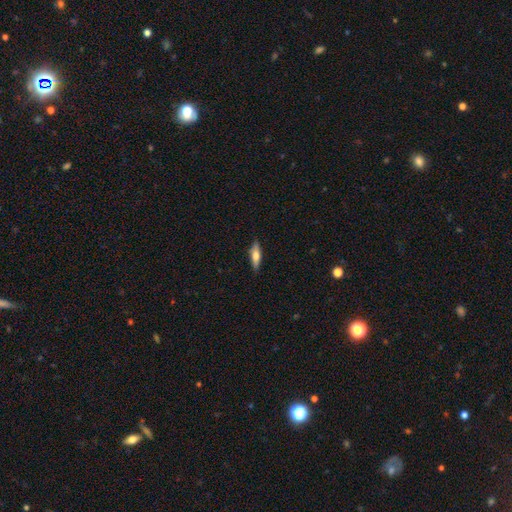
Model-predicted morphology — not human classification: A smooth galaxy with no disk features (52%) that is cigar-shaped (60%). Merging: none (87%).